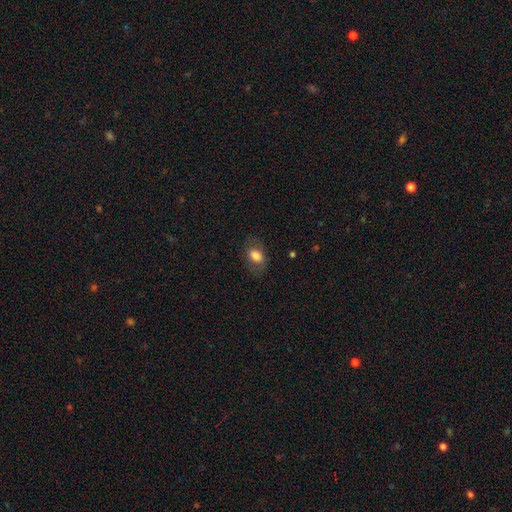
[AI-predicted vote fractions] A smooth galaxy with no disk features (77%) that is in between round and cigar-shaped (82%).

Vote fractions:
- Smooth or featured? smooth: 77% / featured or disk: 15% / star or artifact: 8%
- How rounded? in between: 82% / round: 17% / cigar-shaped: 2%
- Merging? none: 74% / minor disturbance: 16% / major disturbance: 8% / merger: 1%